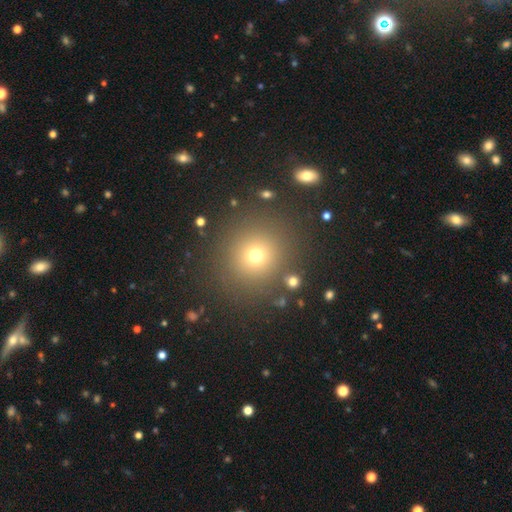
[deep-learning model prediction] Overall: smooth (68%). How rounded: round (90%). Merging: none (87%).